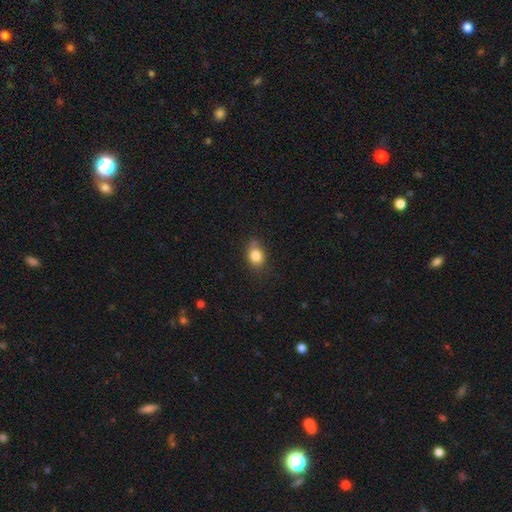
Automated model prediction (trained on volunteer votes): Smooth or featured: smooth — 82% (star or artifact — 10%)
How rounded: in between — 54% (round — 44%)
Merging: none — 67% (minor disturbance — 26%)